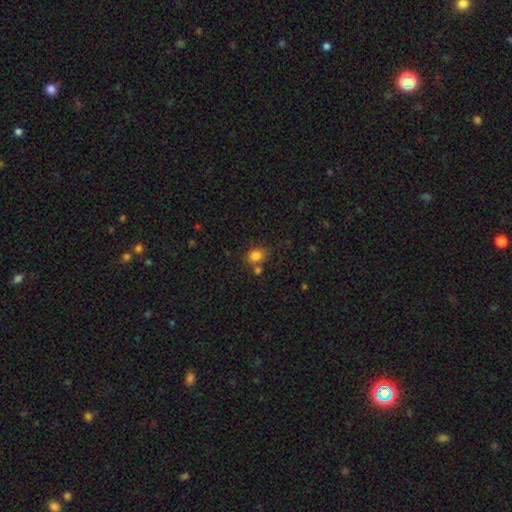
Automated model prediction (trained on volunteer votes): A smooth galaxy with no disk features (82%) that is round (57%).

Vote fractions:
- Smooth or featured? smooth: 82% / star or artifact: 11% / featured or disk: 7%
- How rounded? round: 57% / in between: 42% / cigar-shaped: 1%
- Merging? none: 60% / merger: 19% / minor disturbance: 16% / major disturbance: 5%